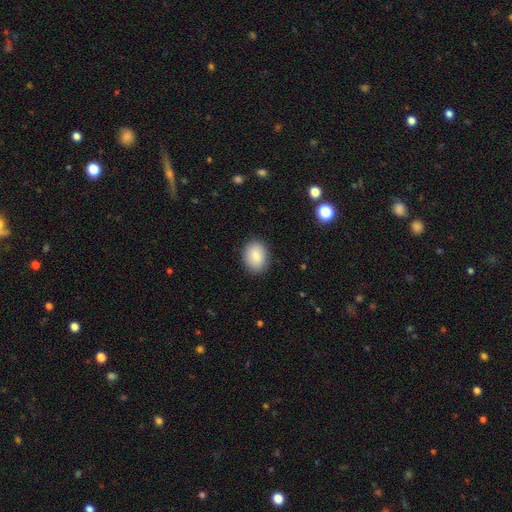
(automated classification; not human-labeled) Morphology: type=smooth (86%); roundness=in between (65%); merging=none (88%).